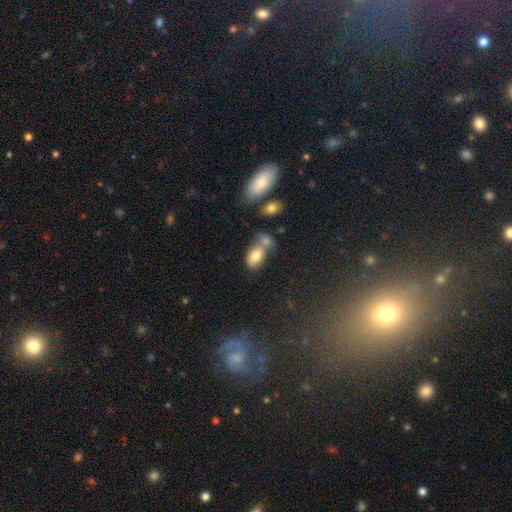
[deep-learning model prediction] Smooth or featured?
  - smooth: 79% *
  - featured or disk: 12%
  - star or artifact: 9%
How rounded?
  - in between: 91% *
  - round: 8%
  - cigar-shaped: 2%
Merging?
  - none: 43% *
  - merger: 36%
  - minor disturbance: 15%
  - major disturbance: 6%